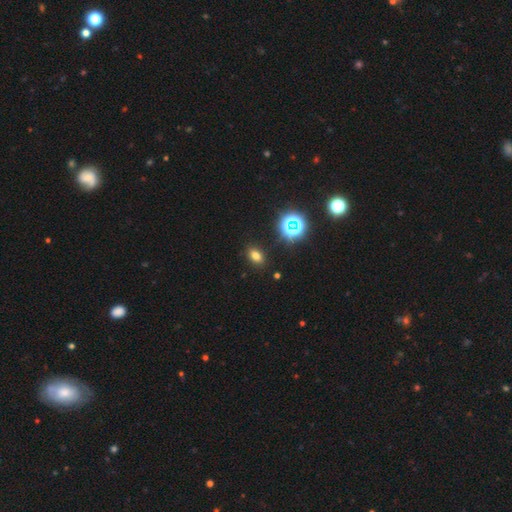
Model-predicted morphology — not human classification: The model was most divided on "smooth or featured": smooth: 69%, star or artifact: 23%, featured or disk: 9%. More confident: merging — none (87%); how rounded — in between (77%).